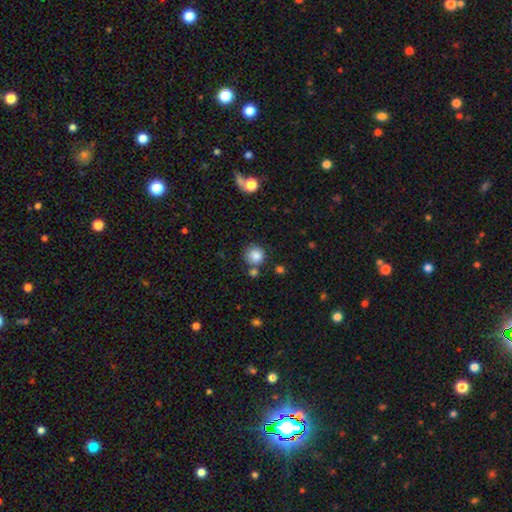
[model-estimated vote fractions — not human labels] Overall: smooth (85%). How rounded: round (92%). Merging: none (72%).